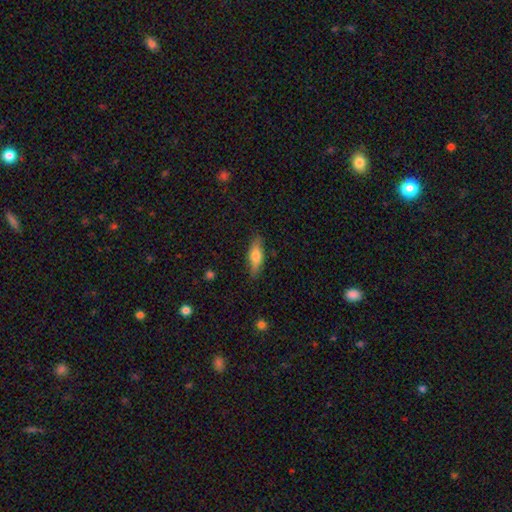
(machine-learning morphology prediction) smooth 67%, featured or disk 27%, star or artifact 6%. Down the decision tree: how rounded — in between (55%); merging — none (83%).